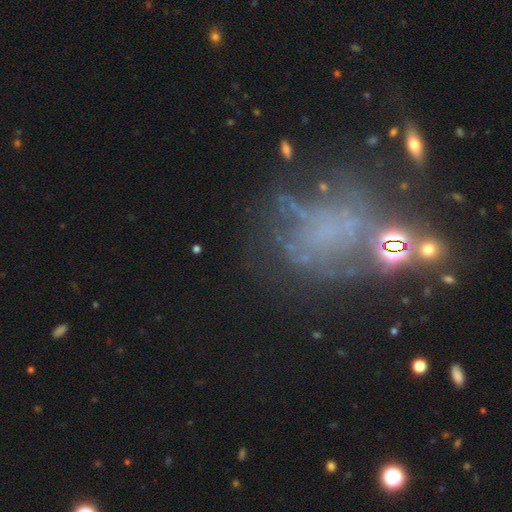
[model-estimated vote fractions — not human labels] A featured or disk galaxy (46%).

Vote fractions:
- Smooth or featured? featured or disk: 46% / star or artifact: 33% / smooth: 21%
- Merging? none: 40% / major disturbance: 33% / minor disturbance: 18% / merger: 9%